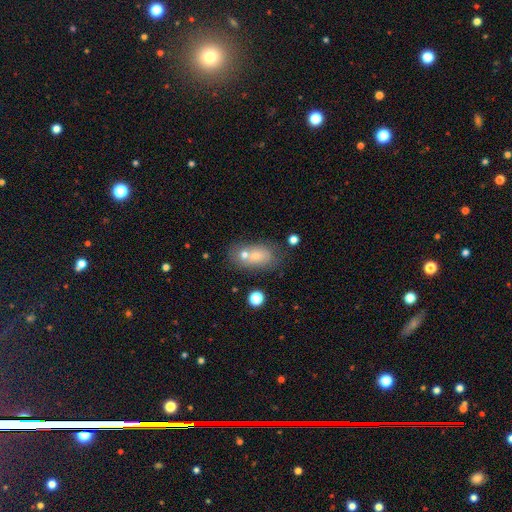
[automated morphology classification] A smooth galaxy with no disk features (64%) that is in between round and cigar-shaped (80%).

Vote fractions:
- Smooth or featured? smooth: 64% / featured or disk: 20% / star or artifact: 16%
- How rounded? in between: 80% / round: 14% / cigar-shaped: 6%
- Merging? none: 53% / merger: 25% / minor disturbance: 15% / major disturbance: 7%